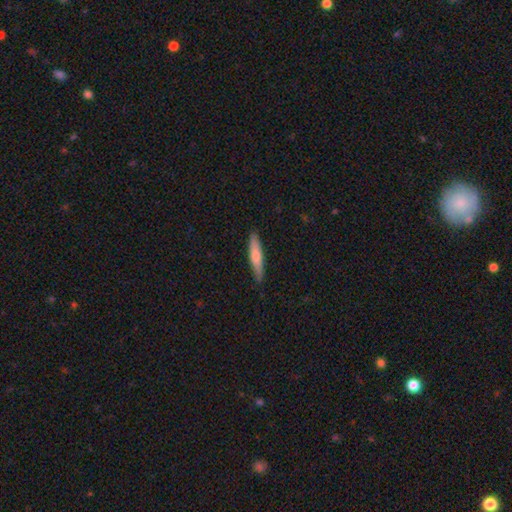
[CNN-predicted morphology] Smooth or featured? Predicted: smooth (p=0.67). How rounded? Predicted: cigar-shaped (p=0.86). Merging? Predicted: none (p=0.86).